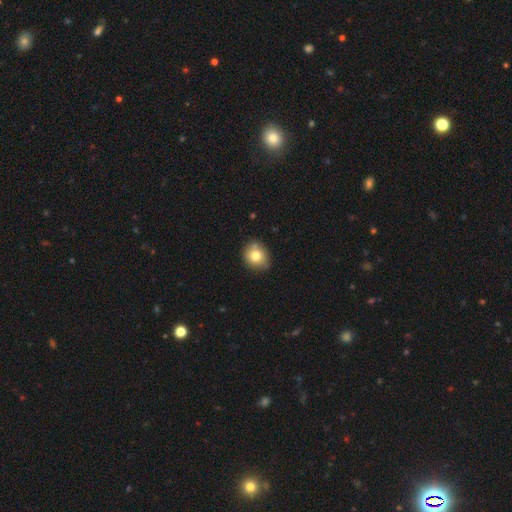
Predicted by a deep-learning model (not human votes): This appears to be a smooth galaxy with no disk features (77%) that is round (77%). Merging: none (76%).